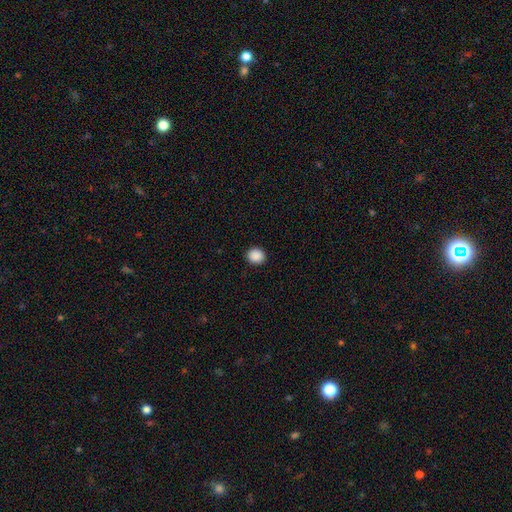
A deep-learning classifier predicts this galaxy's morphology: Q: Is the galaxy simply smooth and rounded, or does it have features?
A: smooth — 89%.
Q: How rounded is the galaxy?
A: round — 80%.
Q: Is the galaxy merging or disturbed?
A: none — 92%.